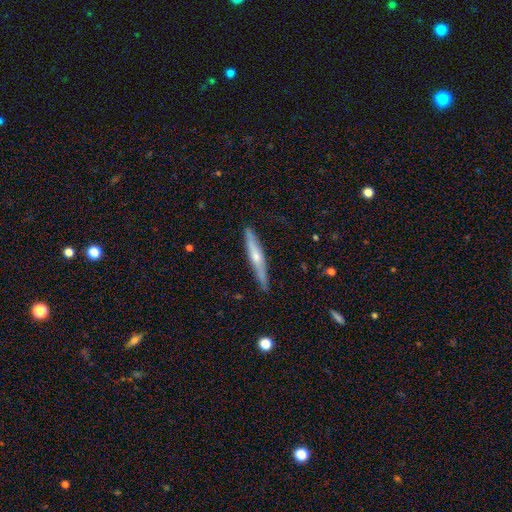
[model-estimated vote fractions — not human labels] Smooth or featured? Predicted: featured or disk (p=0.57). Edge-on disk? Predicted: yes (p=0.94). Edge-on bulge? Predicted: rounded (p=0.76). Merging? Predicted: none (p=0.86).